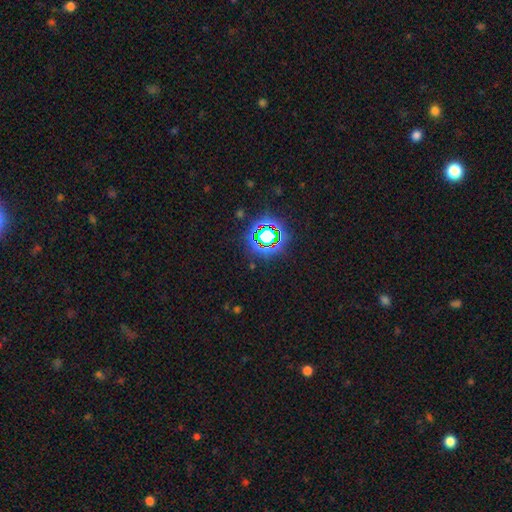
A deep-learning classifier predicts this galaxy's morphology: Q: Smooth or featured?
A: star or artifact (78%); runner-up: smooth (15%)